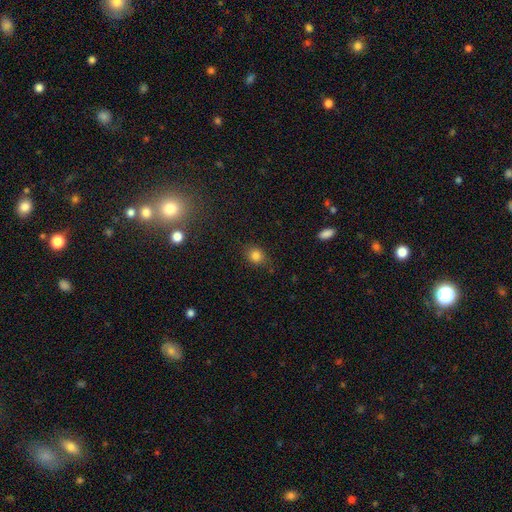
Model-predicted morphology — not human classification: Smooth or featured: smooth — 82% (star or artifact — 13%)
How rounded: round — 68% (in between — 31%)
Merging: none — 78% (minor disturbance — 16%)